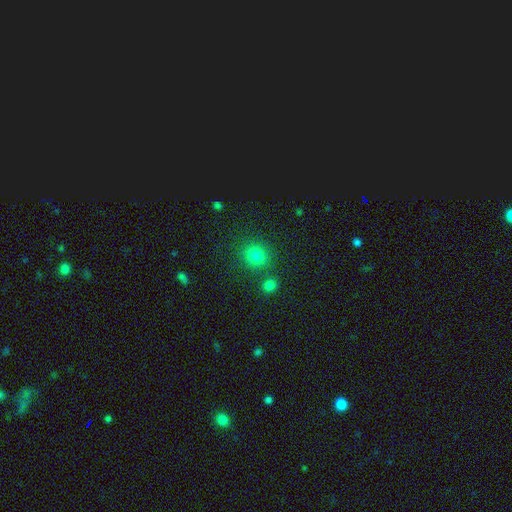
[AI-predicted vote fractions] This appears to be a smooth galaxy with no disk features (81%) that is round (85%). Merging: none (79%).